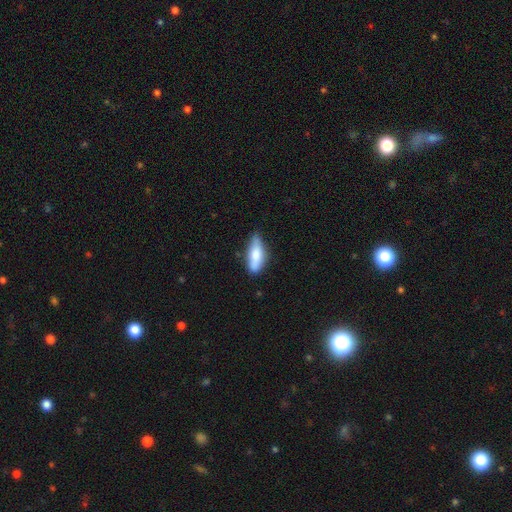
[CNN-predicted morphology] Smooth or featured? Predicted: smooth (p=0.74). How rounded? Predicted: in between (p=0.62). Merging? Predicted: none (p=0.61).